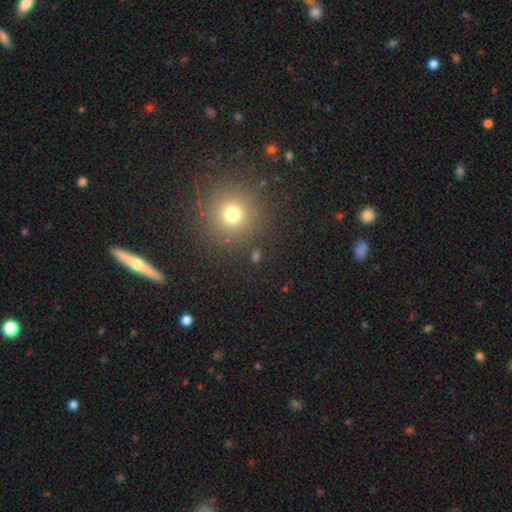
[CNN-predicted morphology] A smooth galaxy with no disk features (62%) that is round (92%).

Vote fractions:
- Smooth or featured? smooth: 62% / star or artifact: 31% / featured or disk: 7%
- How rounded? round: 92% / in between: 7% / cigar-shaped: 1%
- Merging? none: 89% / minor disturbance: 6% / major disturbance: 3% / merger: 3%